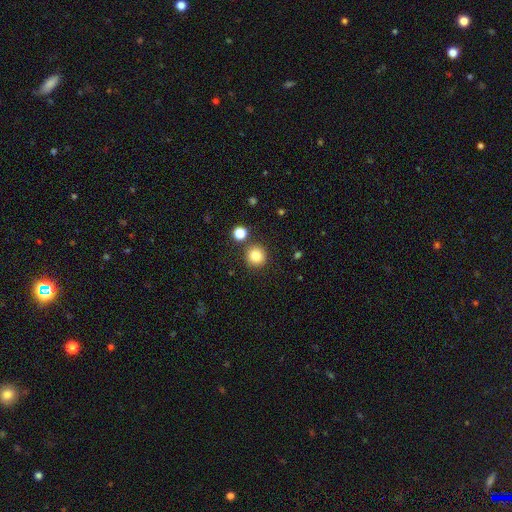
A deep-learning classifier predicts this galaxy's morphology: Smooth or featured? smooth (83%)
How rounded? round (93%)
Merging? none (85%)